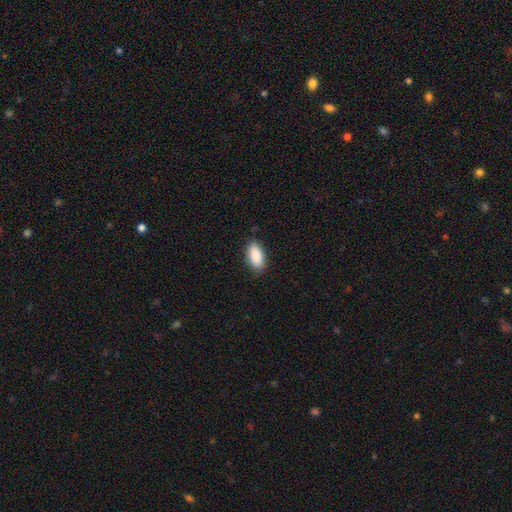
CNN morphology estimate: Smooth or featured? Predicted: smooth (p=0.89). How rounded? Predicted: in between (p=0.92). Merging? Predicted: none (p=0.84).